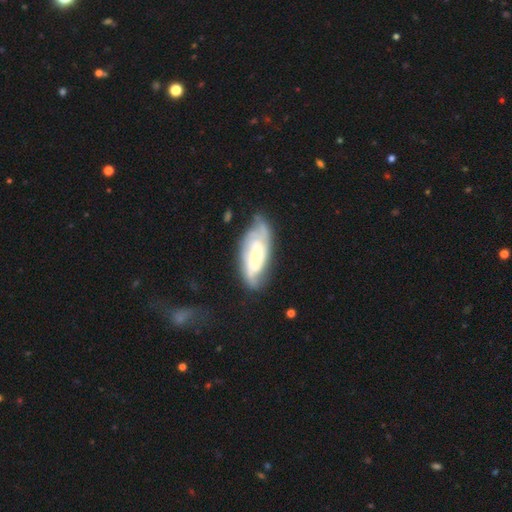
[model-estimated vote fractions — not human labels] Q: Smooth or featured?
A: featured or disk (75%); runner-up: smooth (19%)
Q: Edge-on disk?
A: no (90%); runner-up: yes (10%)
Q: Bar?
A: no (59%); runner-up: weak (31%)
Q: Spiral arms?
A: yes (90%); runner-up: no (10%)
Q: Spiral winding?
A: tight (53%); runner-up: medium (35%)
Q: Spiral arm count?
A: can't tell (37%); runner-up: 2 (34%)
Q: Bulge size?
A: small (47%); runner-up: moderate (43%)
Q: Merging?
A: none (66%); runner-up: minor disturbance (22%)